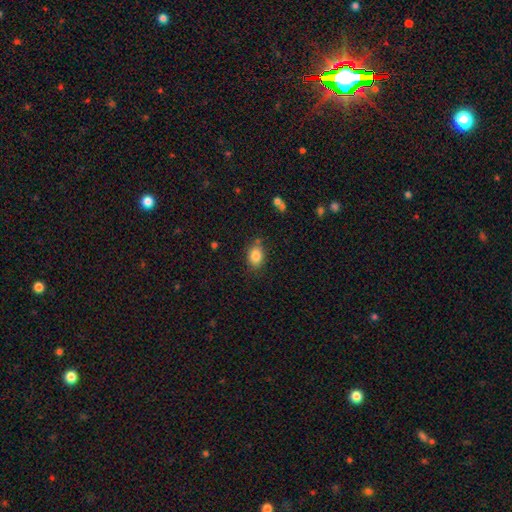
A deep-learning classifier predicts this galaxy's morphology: Smooth or featured: smooth — 84% (star or artifact — 9%)
How rounded: in between — 73% (round — 26%)
Merging: none — 76% (minor disturbance — 17%)